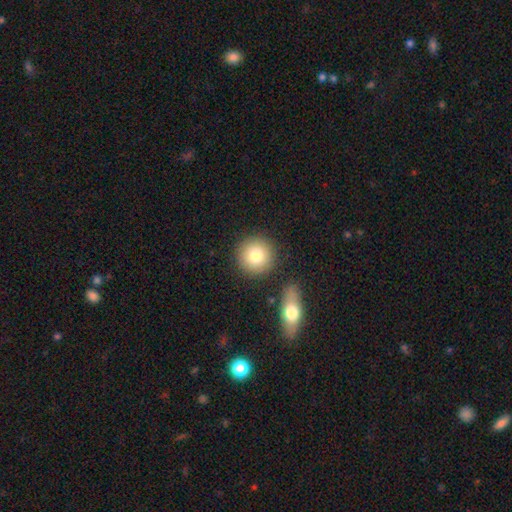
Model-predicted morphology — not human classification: The model was most divided on "smooth or featured": smooth: 80%, featured or disk: 11%, star or artifact: 9%. More confident: how rounded — round (94%); merging — none (85%).